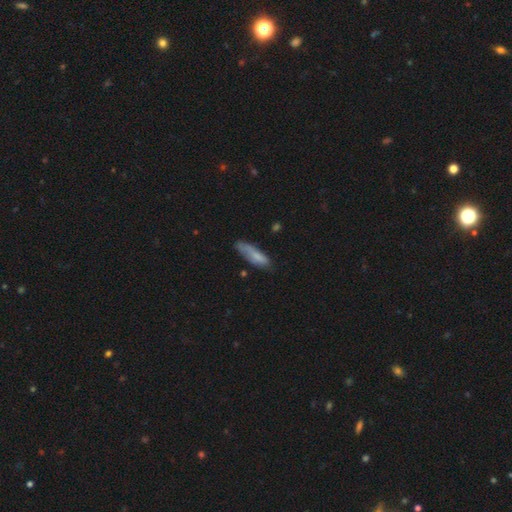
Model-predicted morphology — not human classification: A smooth galaxy with no disk features (75%) that is cigar-shaped (58%).

Vote fractions:
- Smooth or featured? smooth: 75% / featured or disk: 18% / star or artifact: 7%
- How rounded? cigar-shaped: 58% / in between: 41% / round: 2%
- Merging? none: 55% / minor disturbance: 31% / major disturbance: 10% / merger: 4%